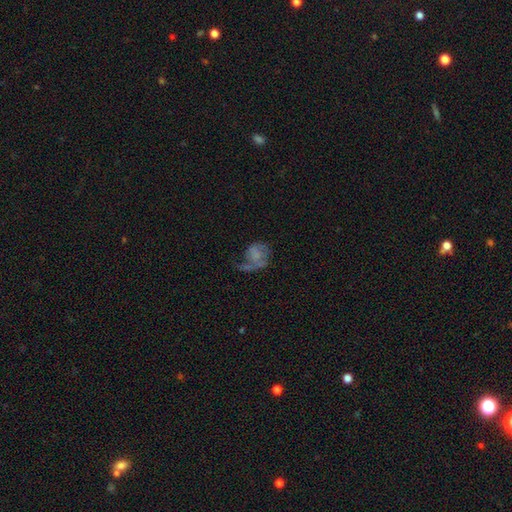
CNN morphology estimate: Smooth or featured? featured or disk (49%)
Merging? major disturbance (48%)